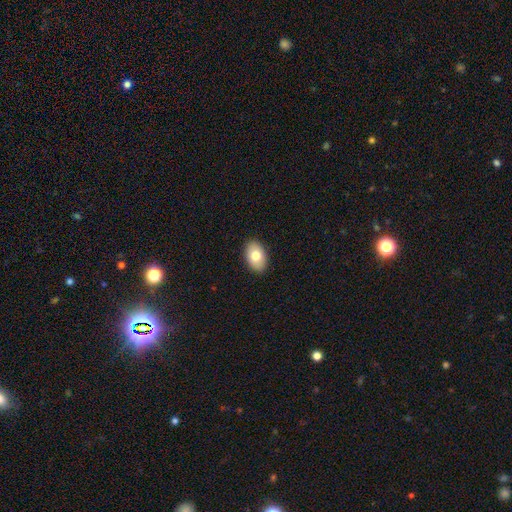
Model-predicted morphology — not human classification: Overall: smooth (78%). How rounded: in between (89%). Merging: none (90%).